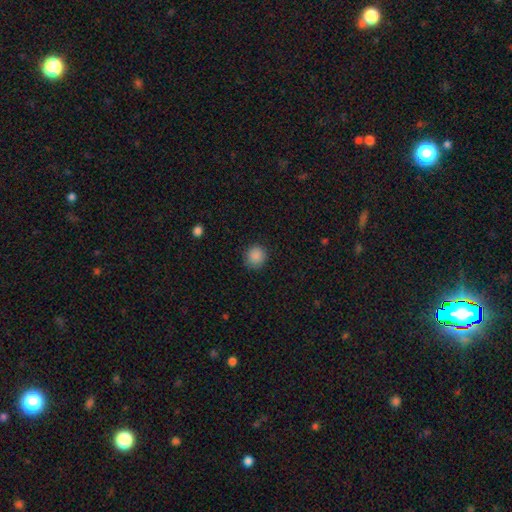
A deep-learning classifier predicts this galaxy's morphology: Smooth or featured? Predicted: smooth (p=0.88). How rounded? Predicted: round (p=0.88). Merging? Predicted: none (p=0.88).